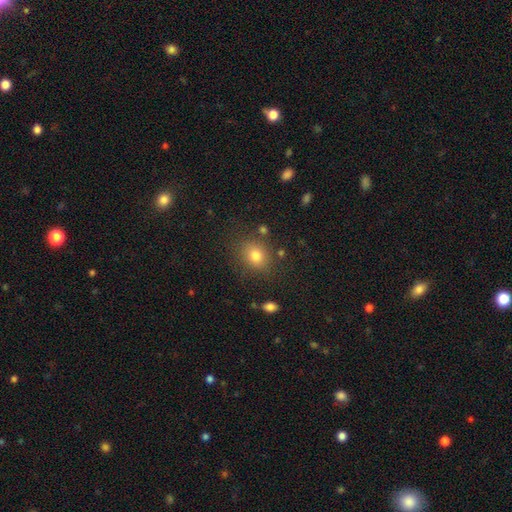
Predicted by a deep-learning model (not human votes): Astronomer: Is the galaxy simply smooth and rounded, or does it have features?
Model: smooth — 78%.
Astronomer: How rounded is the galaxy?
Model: round — 63%.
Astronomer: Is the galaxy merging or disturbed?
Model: none — 80%.